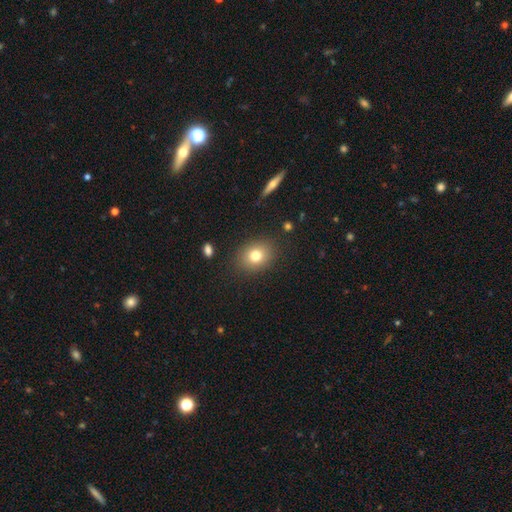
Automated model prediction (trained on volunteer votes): Smooth or featured: smooth — 78% (star or artifact — 11%)
How rounded: in between — 51% (round — 48%)
Merging: none — 86% (minor disturbance — 9%)